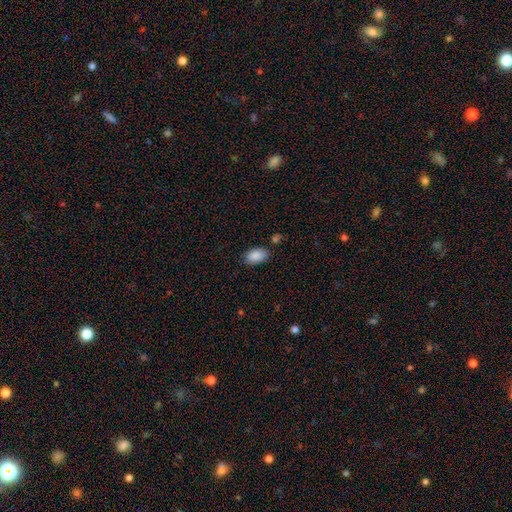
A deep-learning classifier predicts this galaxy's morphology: This is clearly a smooth galaxy (89%). How rounded: clearly in between (93%). Merging: clearly none (81%).